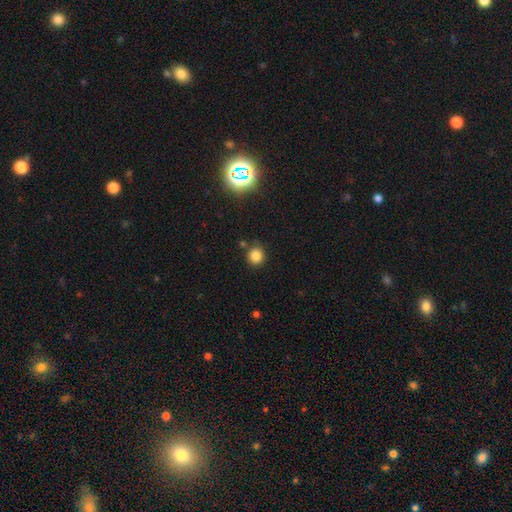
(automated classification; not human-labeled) Morphology: type=smooth (81%); roundness=round (87%); merging=none (81%).